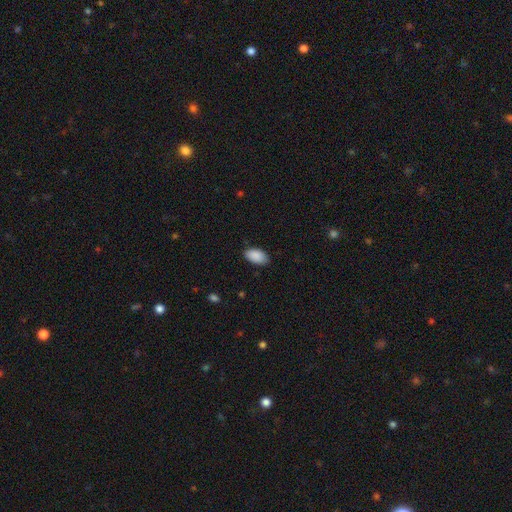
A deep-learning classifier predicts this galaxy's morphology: Smooth or featured? Predicted: smooth (p=0.90). How rounded? Predicted: in between (p=0.95). Merging? Predicted: none (p=0.84).